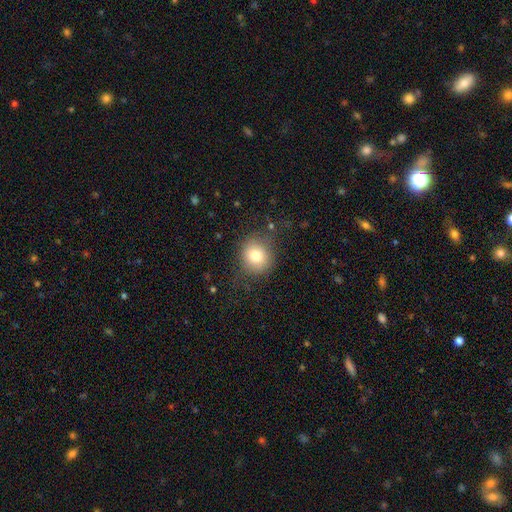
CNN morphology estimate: Smooth or featured? smooth (78%)
How rounded? round (83%)
Merging? none (79%)